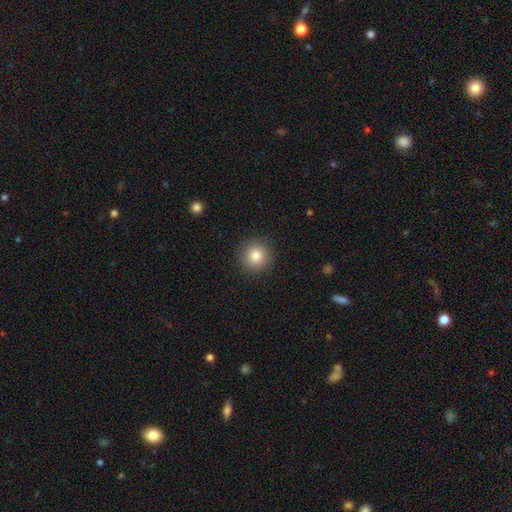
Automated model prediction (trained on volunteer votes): This appears to be a smooth galaxy with no disk features (82%) that is round (94%). Merging: none (91%).